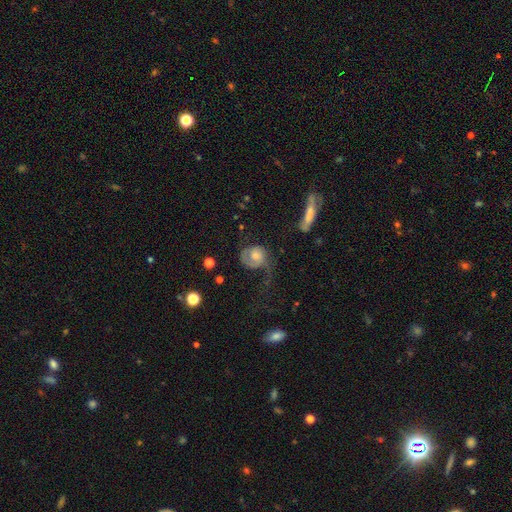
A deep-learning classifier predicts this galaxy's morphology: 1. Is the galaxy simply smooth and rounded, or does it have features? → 63% featured or disk, 29% smooth, 7% star or artifact.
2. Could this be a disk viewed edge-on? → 96% no, 4% yes.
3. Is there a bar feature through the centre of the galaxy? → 76% no, 20% weak, 4% strong.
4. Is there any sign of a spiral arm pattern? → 83% yes, 17% no.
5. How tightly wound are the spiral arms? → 35% medium, 34% tight, 32% loose.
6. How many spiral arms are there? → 53% 1, 32% 2, 11% can't tell, 2% 3, 1% 4, 1% more than 4.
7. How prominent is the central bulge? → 57% moderate, 24% small, 12% large, 5% none, 2% dominant.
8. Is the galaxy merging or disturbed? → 42% major disturbance, 35% none, 19% minor disturbance, 4% merger.